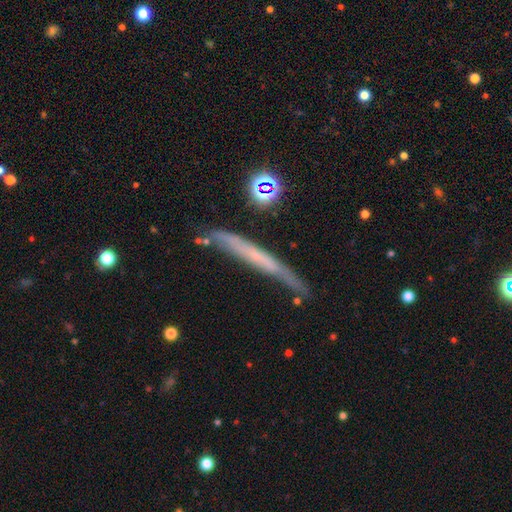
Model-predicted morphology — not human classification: smooth-or-featured: featured or disk: 55% | smooth: 36% | star or artifact: 10%
  disk-edge-on: yes: 89% | no: 11%
  merging: none: 69% | minor disturbance: 22% | major disturbance: 5% | merger: 4%